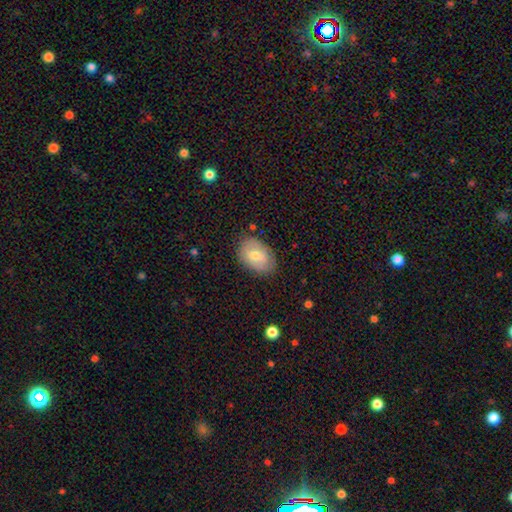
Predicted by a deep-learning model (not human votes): Smooth or featured? smooth (64%)
How rounded? in between (85%)
Merging? none (81%)